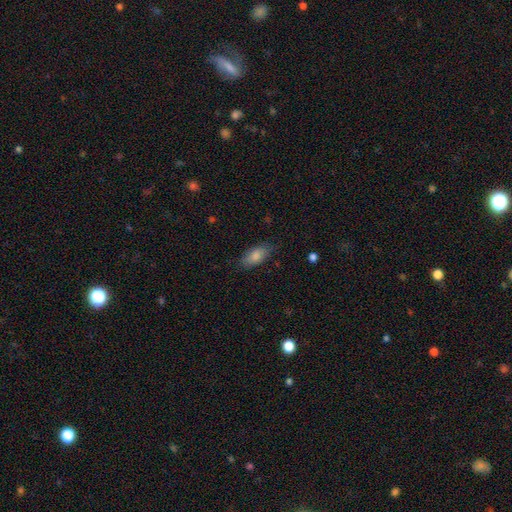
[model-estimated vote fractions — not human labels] smooth_or_featured: smooth (p=0.84) [alt: featured or disk p=0.10]
how_rounded: in between (p=0.89) [alt: cigar-shaped p=0.08]
merging: none (p=0.78) [alt: minor disturbance p=0.17]